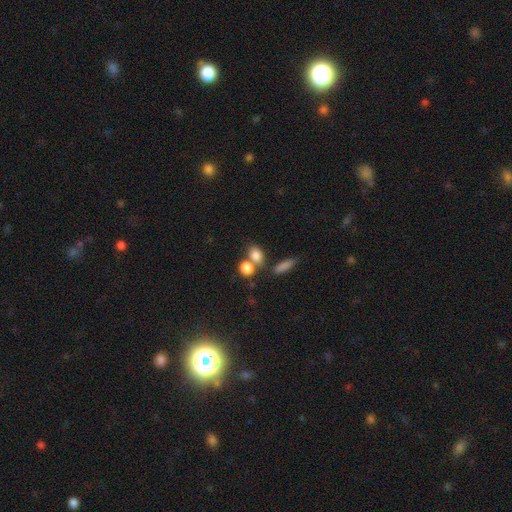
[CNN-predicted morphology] The model was most divided on "merging": none: 48%, merger: 37%, minor disturbance: 10%, major disturbance: 5%. More confident: smooth or featured — smooth (81%); how rounded — in between (58%).